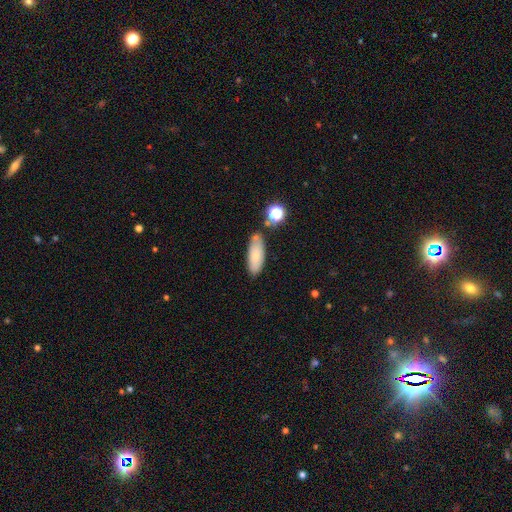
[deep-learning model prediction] Smooth or featured? smooth (77%)
How rounded? in between (71%)
Merging? none (67%)